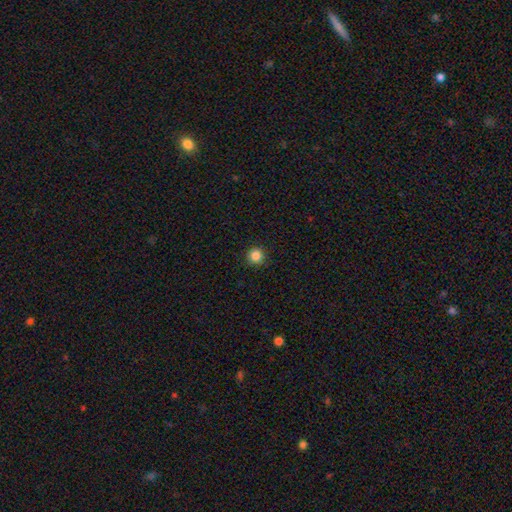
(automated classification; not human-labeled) The model was most divided on "smooth or featured": smooth: 86%, star or artifact: 11%, featured or disk: 3%. More confident: how rounded — round (96%); merging — none (92%).